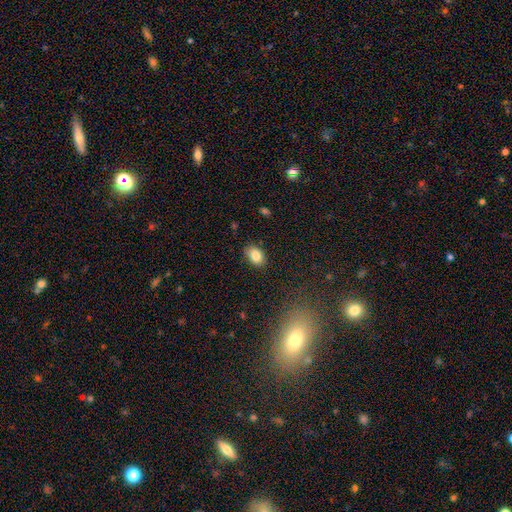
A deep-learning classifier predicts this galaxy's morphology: A smooth galaxy with no disk features (85%) that is in between round and cigar-shaped (86%). Merging: none (84%).